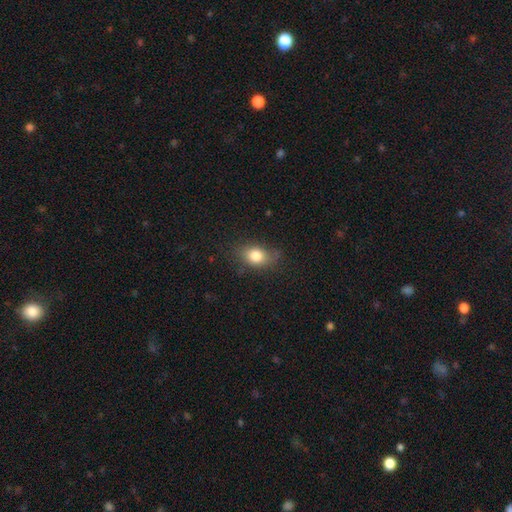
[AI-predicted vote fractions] smooth_or_featured: smooth (p=0.80) [alt: featured or disk p=0.10]
how_rounded: in between (p=0.70) [alt: round p=0.27]
merging: none (p=0.72) [alt: minor disturbance p=0.21]